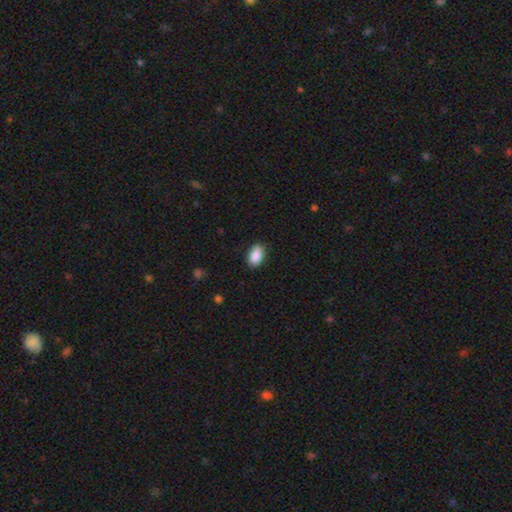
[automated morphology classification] smooth 89%, star or artifact 7%, featured or disk 4%. Down the decision tree: how rounded — in between (92%); merging — none (85%).